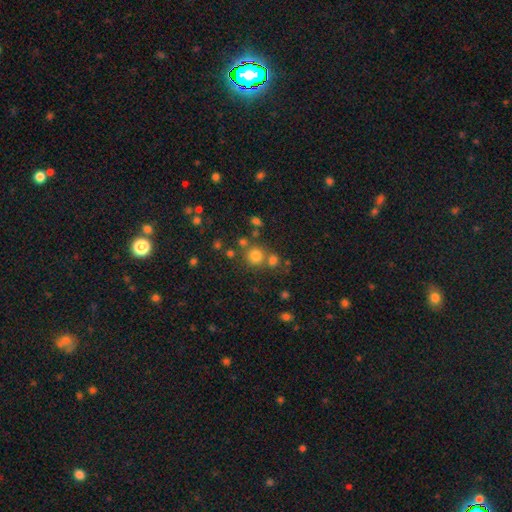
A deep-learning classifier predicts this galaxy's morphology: smooth 75%, star or artifact 17%, featured or disk 8%. Down the decision tree: how rounded — round (90%); merging — none (67%).